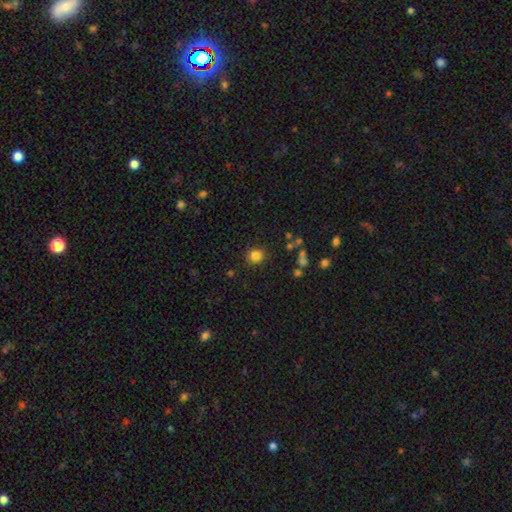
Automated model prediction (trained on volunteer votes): smooth 82%, star or artifact 13%, featured or disk 5%. Down the decision tree: how rounded — round (90%); merging — none (88%).